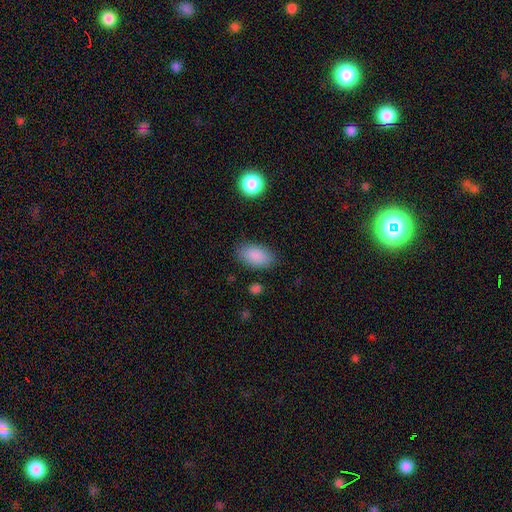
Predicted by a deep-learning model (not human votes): This appears to be a smooth galaxy with no disk features (88%) that is in between round and cigar-shaped (93%). Merging: none (84%).